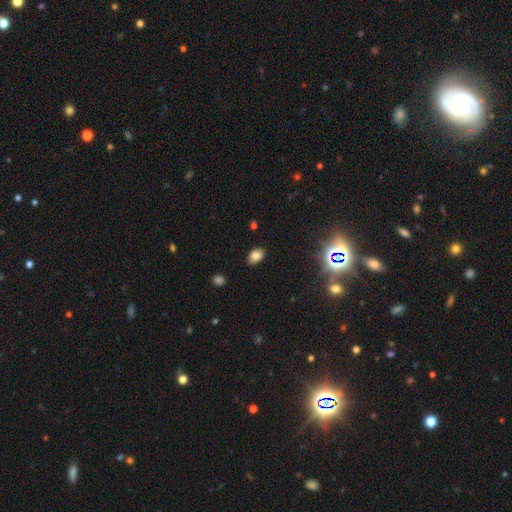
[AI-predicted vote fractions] smooth_or_featured: smooth (p=0.79) [alt: star or artifact p=0.13]
how_rounded: in between (p=0.83) [alt: round p=0.15]
merging: none (p=0.85) [alt: minor disturbance p=0.12]